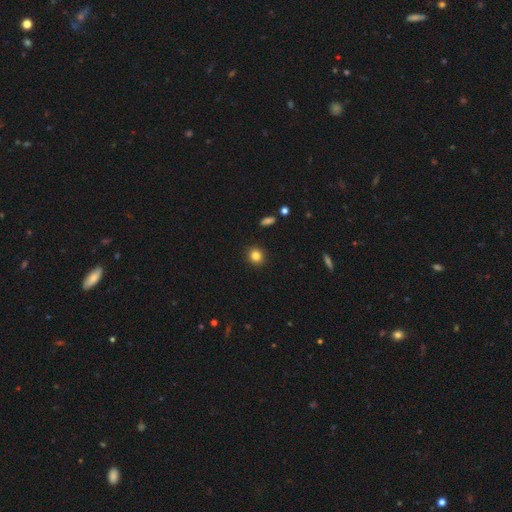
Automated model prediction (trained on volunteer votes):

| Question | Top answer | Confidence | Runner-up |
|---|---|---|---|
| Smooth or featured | smooth | 84% | star or artifact (11%) |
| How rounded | round | 83% | in between (16%) |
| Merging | none | 92% | minor disturbance (5%) |